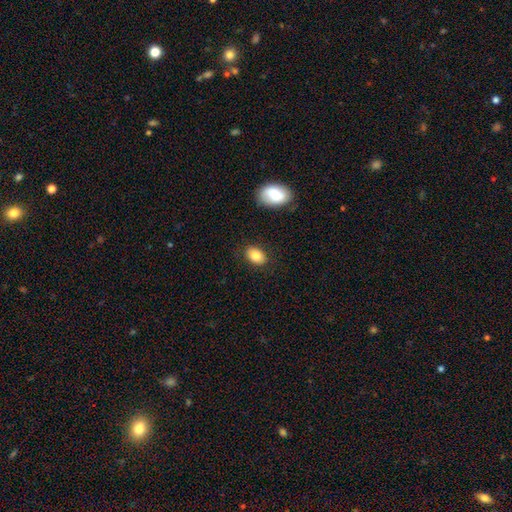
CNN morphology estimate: This is clearly a smooth galaxy (84%). How rounded: clearly in between (83%). Merging: clearly none (85%).